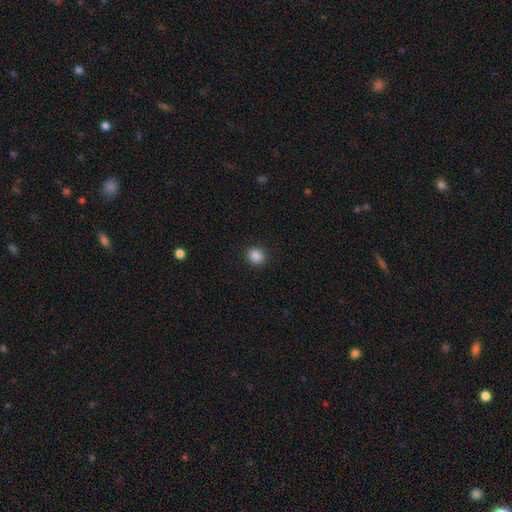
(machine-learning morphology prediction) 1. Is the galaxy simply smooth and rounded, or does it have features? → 87% smooth, 10% star or artifact, 3% featured or disk.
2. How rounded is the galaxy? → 77% round, 22% in between, 1% cigar-shaped.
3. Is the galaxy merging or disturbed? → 91% none, 6% minor disturbance, 2% major disturbance, 1% merger.